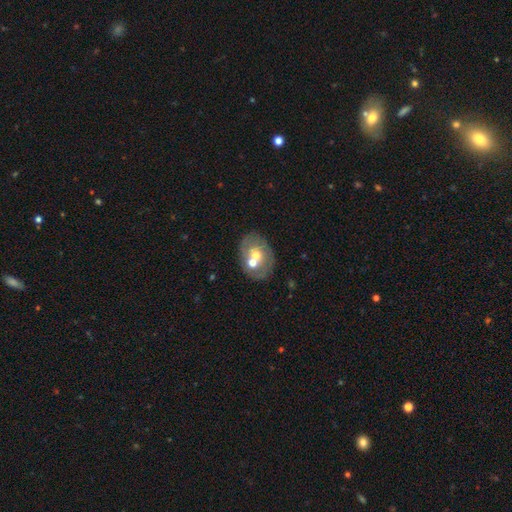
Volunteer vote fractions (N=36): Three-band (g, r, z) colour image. It shows a smooth galaxy with no disk features (56%) that is in between round and cigar-shaped (60%). Merging: none (56%).